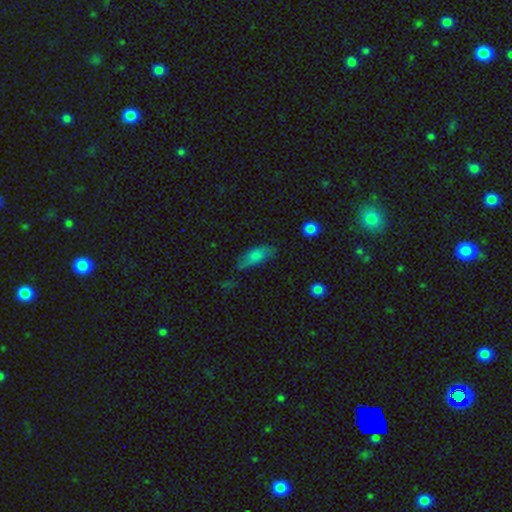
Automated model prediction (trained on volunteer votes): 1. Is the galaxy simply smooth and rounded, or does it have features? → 77% smooth, 14% featured or disk, 9% star or artifact.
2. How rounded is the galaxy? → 79% in between, 17% cigar-shaped, 3% round.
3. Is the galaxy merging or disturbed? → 58% none, 29% minor disturbance, 10% major disturbance, 3% merger.